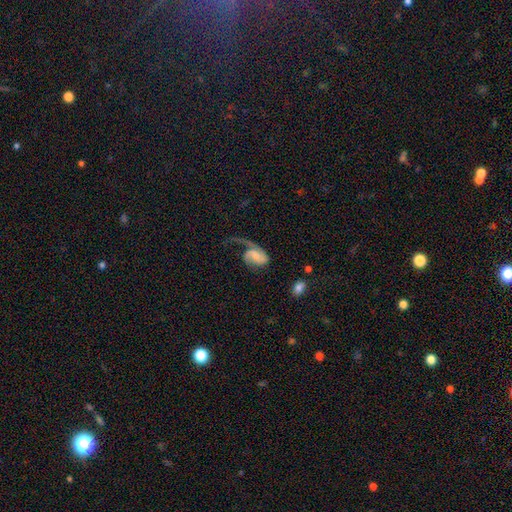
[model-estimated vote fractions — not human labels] Overall: featured or disk (69%). Edge-on disk: no (98%). Bar: no (51%; weak 38%). Spiral arms: yes (89%). Spiral arm count: 1 (57%; 2 36%). Spiral winding: loose (56%; medium 32%). Bulge size: small (35%; none 34%). Merging: major disturbance (54%; none 25%).